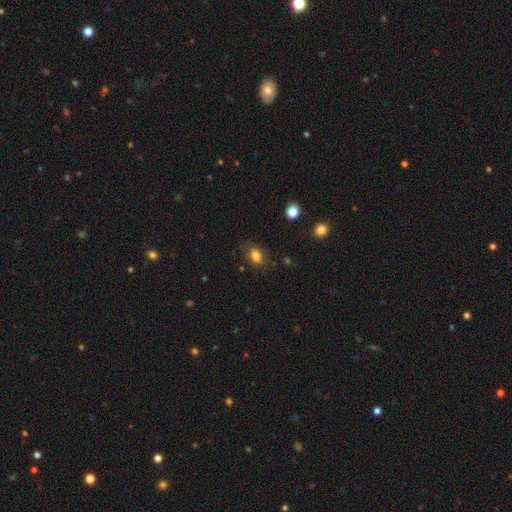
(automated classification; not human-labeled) A smooth galaxy with no disk features (81%) that is in between round and cigar-shaped (70%). Merging: none (76%).